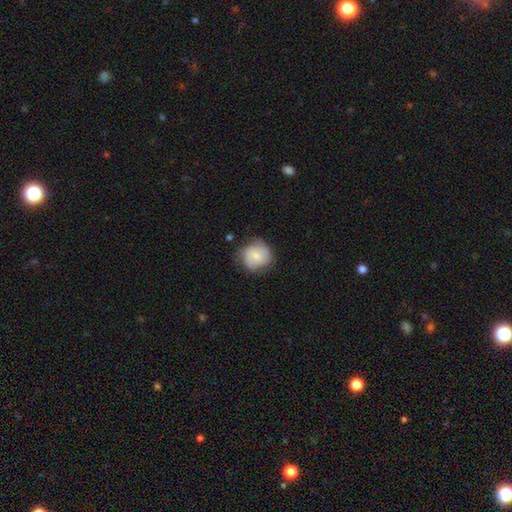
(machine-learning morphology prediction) Q: Smooth or featured?
A: smooth (60%); runner-up: featured or disk (33%)
Q: How rounded?
A: round (87%); runner-up: in between (12%)
Q: Merging?
A: none (68%); runner-up: minor disturbance (24%)